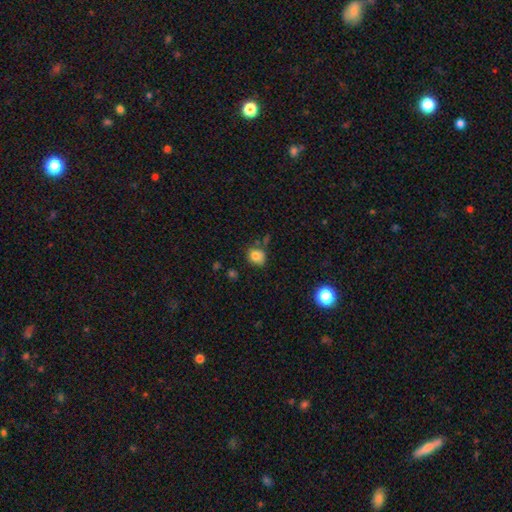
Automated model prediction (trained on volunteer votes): Q: Smooth or featured?
A: smooth (81%); runner-up: star or artifact (12%)
Q: How rounded?
A: round (65%); runner-up: in between (34%)
Q: Merging?
A: none (67%); runner-up: minor disturbance (20%)